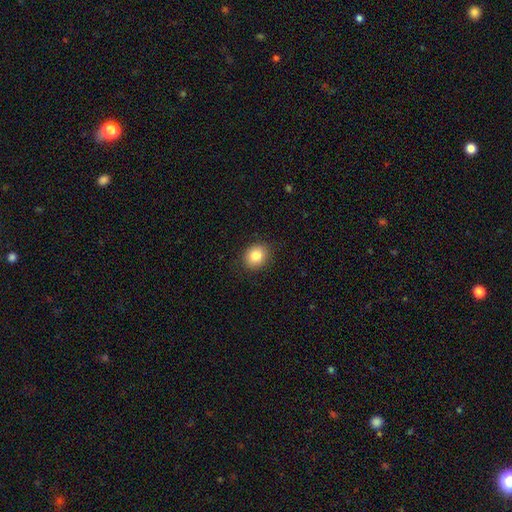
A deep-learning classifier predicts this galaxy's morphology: A smooth galaxy with no disk features (84%) that is round (65%). Merging: none (88%).